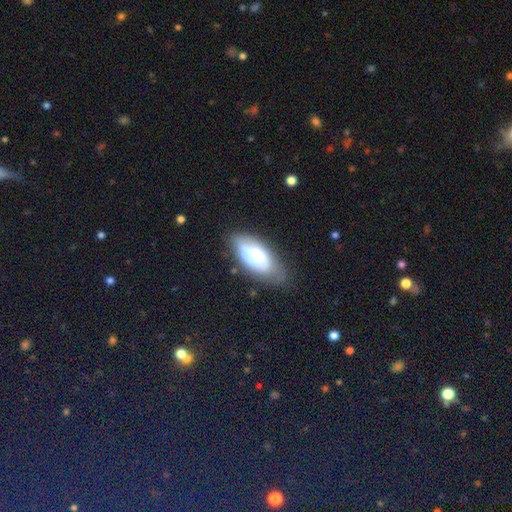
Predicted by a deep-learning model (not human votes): Smooth or featured? smooth (58%)
How rounded? in between (89%)
Merging? none (60%)